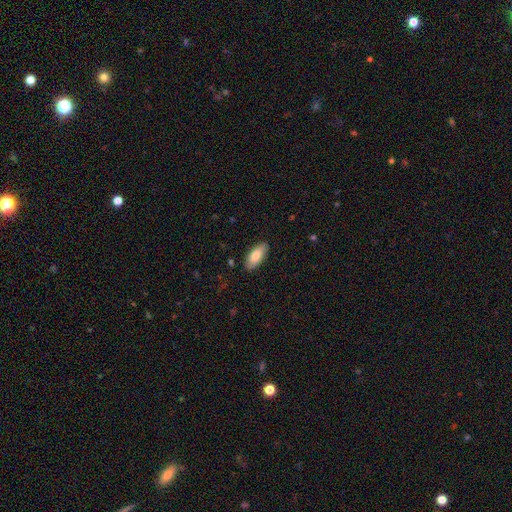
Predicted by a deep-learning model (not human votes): The model was most divided on "smooth or featured": smooth: 79%, featured or disk: 15%, star or artifact: 6%. More confident: how rounded — in between (87%); merging — none (87%).